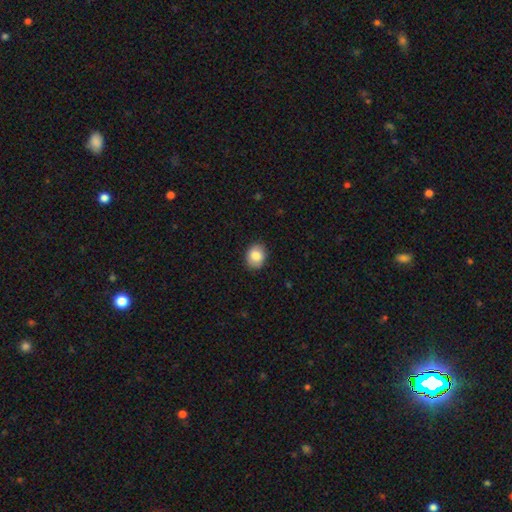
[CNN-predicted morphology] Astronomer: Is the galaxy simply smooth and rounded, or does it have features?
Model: smooth — 84%.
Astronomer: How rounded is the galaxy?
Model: in between — 57% (runner-up: round, 42%).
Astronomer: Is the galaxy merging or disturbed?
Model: none — 88%.